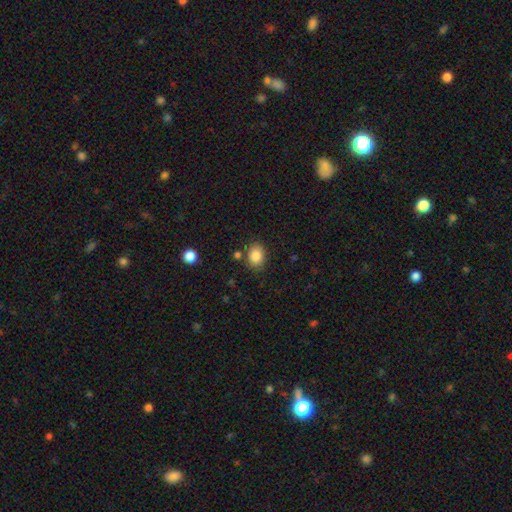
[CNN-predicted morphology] This is clearly a smooth galaxy (86%). How rounded: likely in between (61%). Merging: likely none (79%).